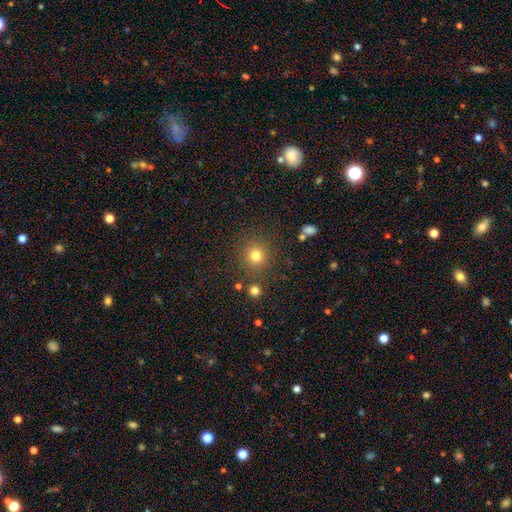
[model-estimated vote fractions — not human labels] Morphology: type=smooth (79%); roundness=round (93%); merging=none (86%).